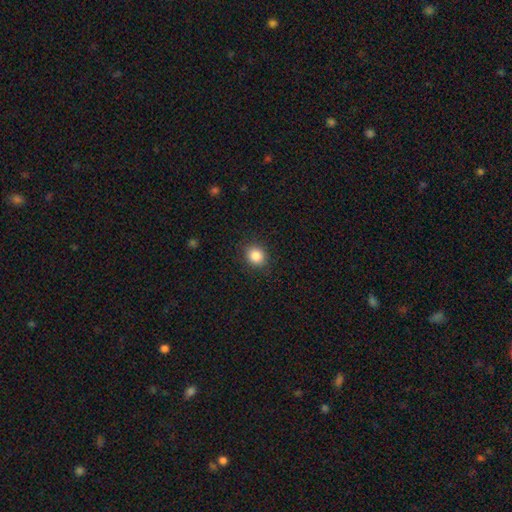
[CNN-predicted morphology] smooth-or-featured: smooth: 86% | star or artifact: 10% | featured or disk: 4%
  how-rounded: round: 76% | in between: 23% | cigar-shaped: 1%
  merging: none: 89% | minor disturbance: 8% | major disturbance: 2% | merger: 1%